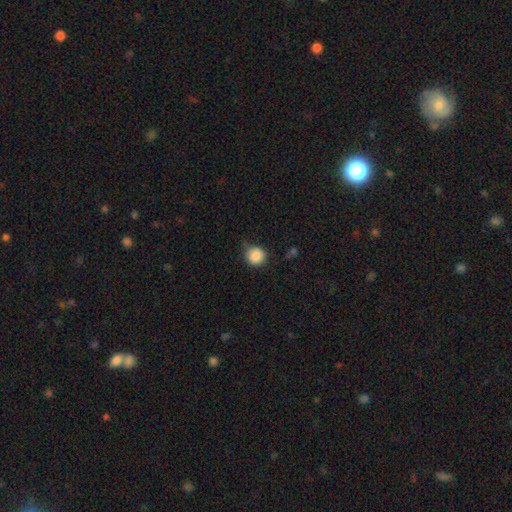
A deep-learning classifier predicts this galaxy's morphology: This is clearly a smooth galaxy (88%). How rounded: clearly round (89%). Merging: likely none (74%).